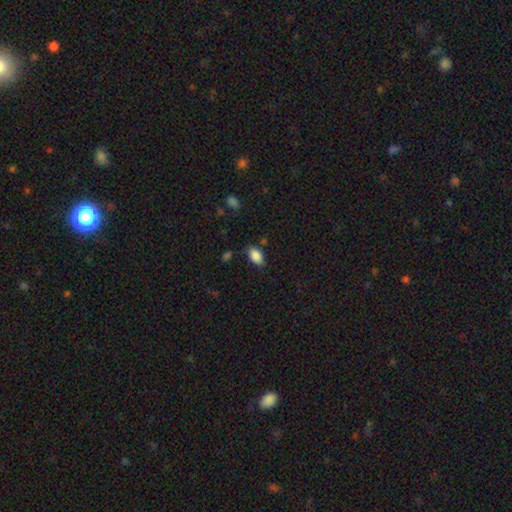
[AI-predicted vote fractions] A smooth galaxy with no disk features (86%) that is in between round and cigar-shaped (93%).

Vote fractions:
- Smooth or featured? smooth: 86% / star or artifact: 8% / featured or disk: 6%
- How rounded? in between: 93% / round: 5% / cigar-shaped: 2%
- Merging? none: 80% / minor disturbance: 14% / major disturbance: 3% / merger: 3%